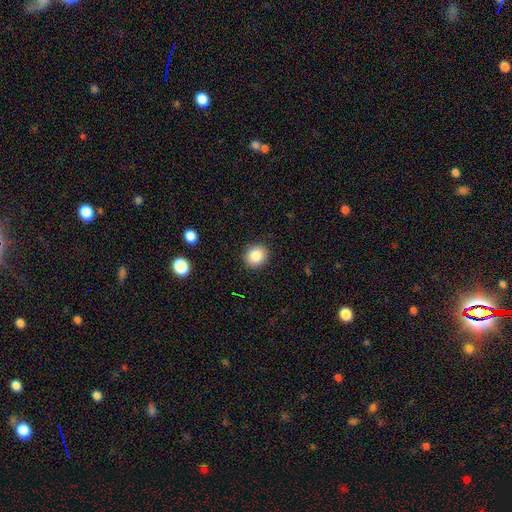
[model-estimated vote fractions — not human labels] Overall: smooth (85%). How rounded: round (79%). Merging: none (91%).